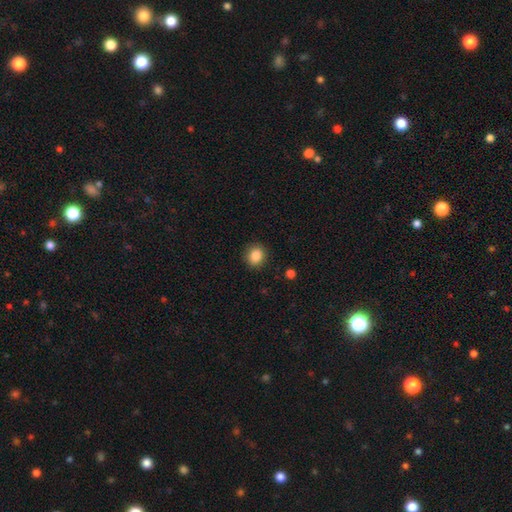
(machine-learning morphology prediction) This appears to be a smooth galaxy with no disk features (85%) that is round (81%). Merging: none (90%).